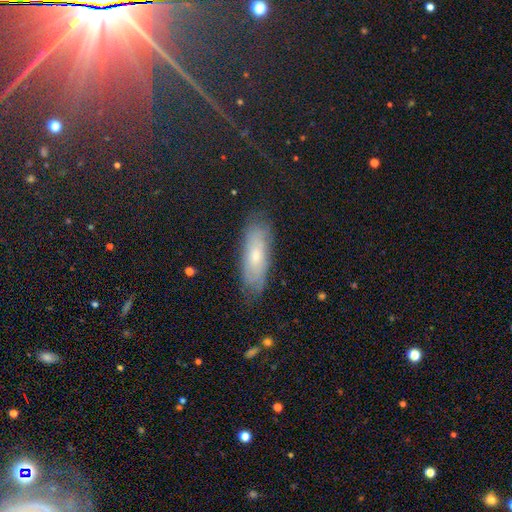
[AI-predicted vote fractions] Smooth or featured: smooth — 48% (featured or disk — 39%)
Merging: none — 77% (minor disturbance — 17%)